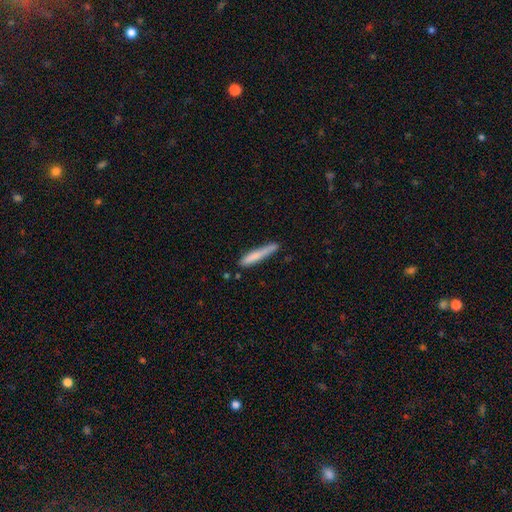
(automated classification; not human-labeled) smooth_or_featured: smooth (p=0.74) [alt: featured or disk p=0.20]
how_rounded: cigar-shaped (p=0.94) [alt: in between p=0.05]
merging: none (p=0.71) [alt: minor disturbance p=0.21]